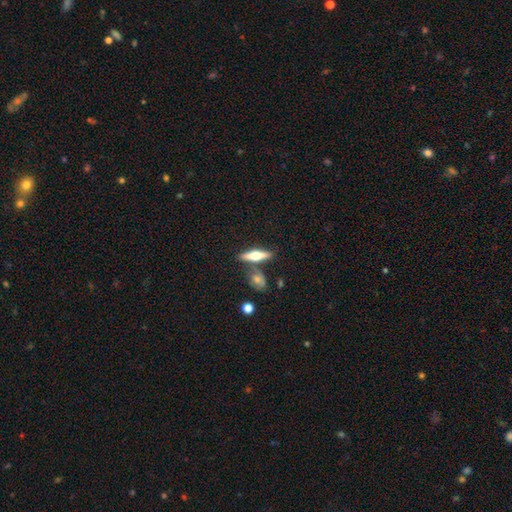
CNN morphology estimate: Smooth or featured?
  - featured or disk: 47% * (tied)
  - smooth: 47% * (tied)
  - star or artifact: 6%
Merging?
  - none: 70% *
  - merger: 16%
  - minor disturbance: 11%
  - major disturbance: 3%